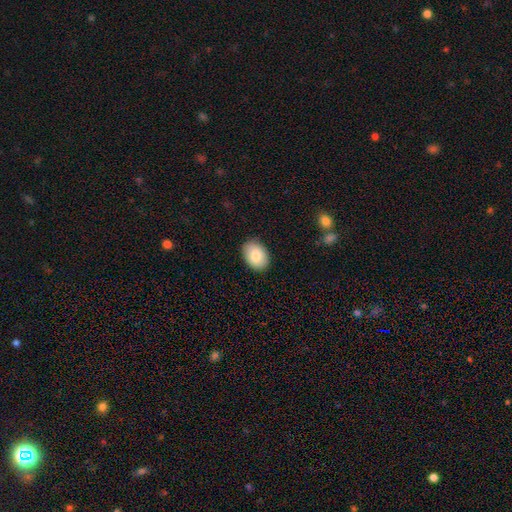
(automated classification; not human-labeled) Smooth or featured: smooth — 85% (featured or disk — 8%)
How rounded: in between — 82% (round — 17%)
Merging: none — 88% (minor disturbance — 9%)